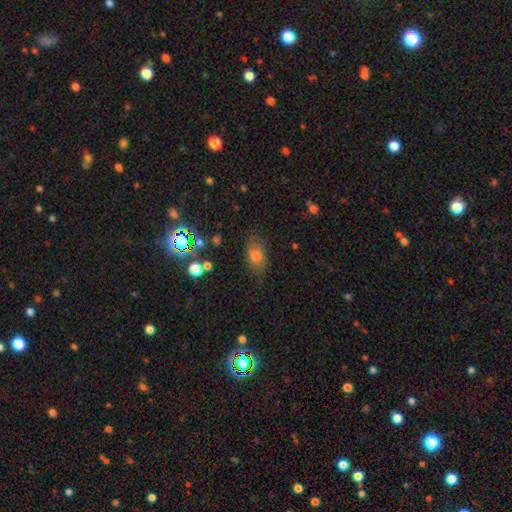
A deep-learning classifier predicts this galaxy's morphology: smooth_or_featured: smooth (p=0.72) [alt: star or artifact p=0.15]
how_rounded: in between (p=0.75) [alt: round p=0.22]
merging: none (p=0.73) [alt: minor disturbance p=0.18]